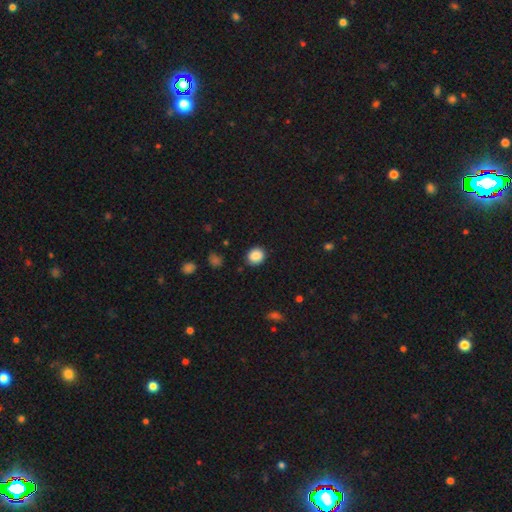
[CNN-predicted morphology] Smooth or featured? smooth (87%)
How rounded? round (74%)
Merging? none (88%)